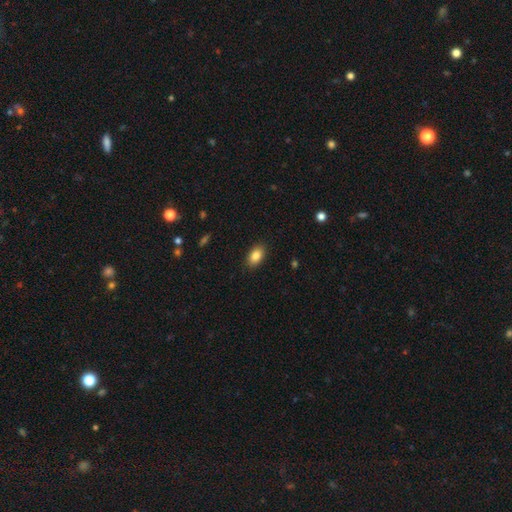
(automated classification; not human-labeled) Smooth or featured: smooth — 86% (star or artifact — 8%)
How rounded: in between — 89% (round — 9%)
Merging: none — 88% (minor disturbance — 9%)